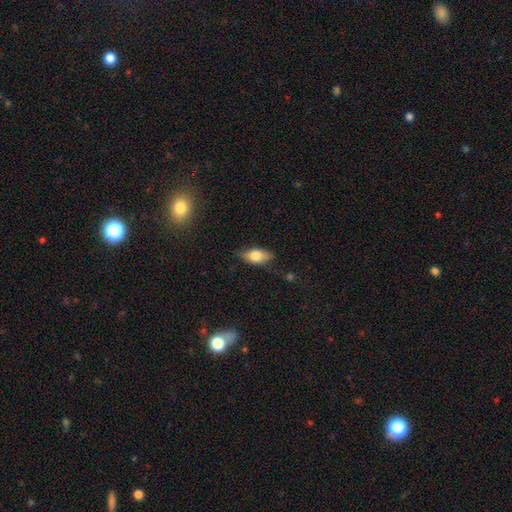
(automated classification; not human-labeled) This appears to be a smooth galaxy with no disk features (70%) that is in between round and cigar-shaped (84%). Merging: none (74%).